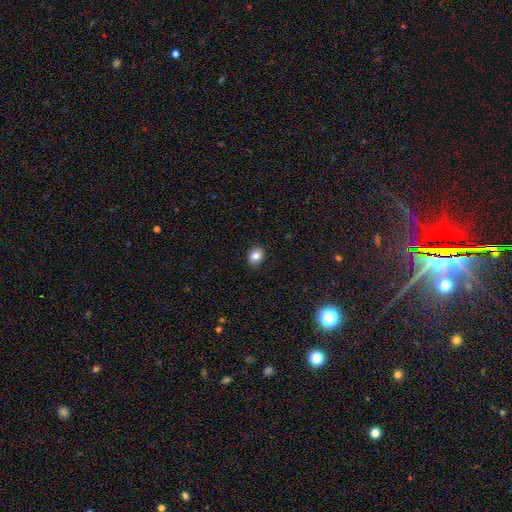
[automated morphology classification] Smooth or featured? smooth (82%)
How rounded? in between (53%)
Merging? none (90%)